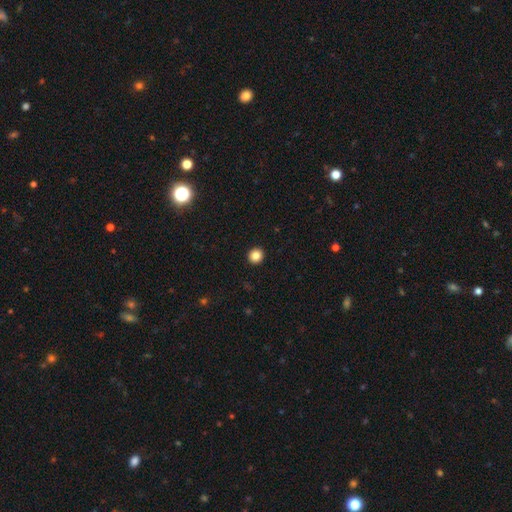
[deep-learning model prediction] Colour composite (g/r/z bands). It shows a smooth galaxy with no disk features (85%) that is round (93%). Merging: none (94%).